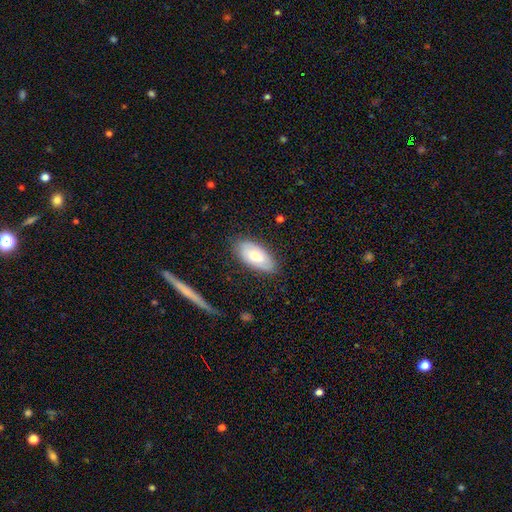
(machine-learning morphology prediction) Smooth or featured?
  - smooth: 64% *
  - featured or disk: 30%
  - star or artifact: 6%
How rounded?
  - in between: 93% *
  - cigar-shaped: 4%
  - round: 3%
Merging?
  - none: 81% *
  - minor disturbance: 15%
  - major disturbance: 3%
  - merger: 1%